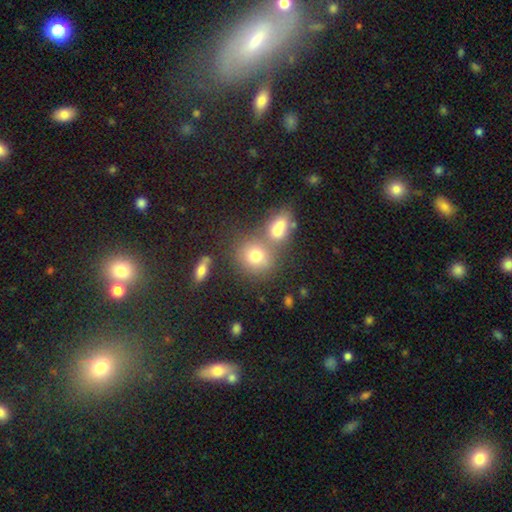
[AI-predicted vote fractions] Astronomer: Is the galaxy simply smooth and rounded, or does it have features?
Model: smooth — 73%.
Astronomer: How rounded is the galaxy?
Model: round — 76%.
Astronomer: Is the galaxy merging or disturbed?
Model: none — 50% (runner-up: merger, 36%).